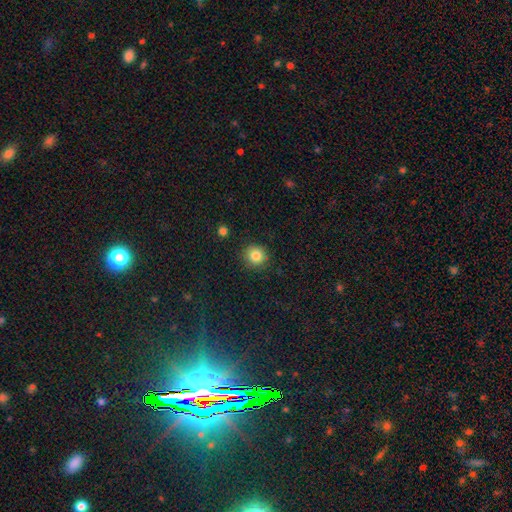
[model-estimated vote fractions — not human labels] Smooth or featured? Predicted: smooth (p=0.84). How rounded? Predicted: round (p=0.91). Merging? Predicted: none (p=0.90).